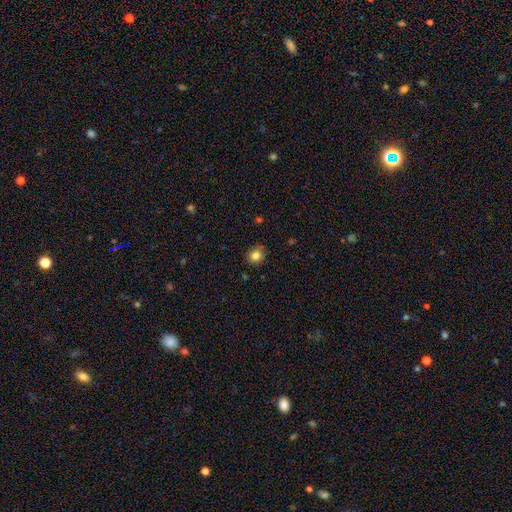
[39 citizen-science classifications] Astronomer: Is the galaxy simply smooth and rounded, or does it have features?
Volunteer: smooth — 79%.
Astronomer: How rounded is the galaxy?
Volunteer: round — 87%.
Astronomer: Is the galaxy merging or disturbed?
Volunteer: none — 86%.